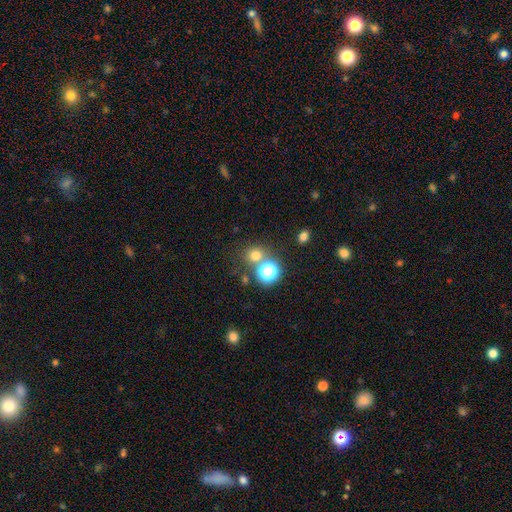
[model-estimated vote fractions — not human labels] A smooth galaxy with no disk features (69%) that is round (85%).

Vote fractions:
- Smooth or featured? smooth: 69% / star or artifact: 24% / featured or disk: 7%
- How rounded? round: 85% / in between: 14% / cigar-shaped: 1%
- Merging? none: 67% / merger: 22% / minor disturbance: 8% / major disturbance: 4%